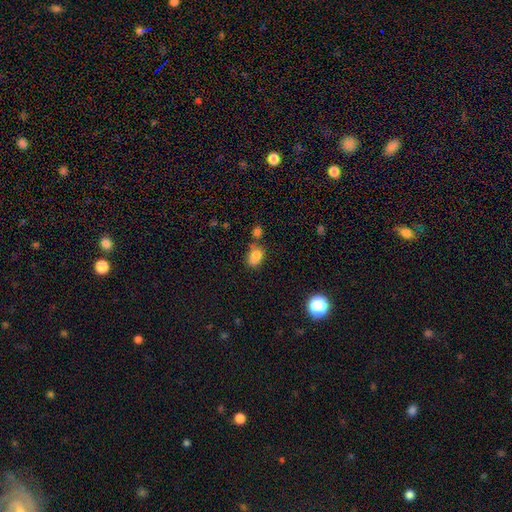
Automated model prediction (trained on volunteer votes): smooth-or-featured: smooth: 80% | star or artifact: 12% | featured or disk: 8%
  how-rounded: in between: 75% | round: 24% | cigar-shaped: 2%
  merging: none: 53% | merger: 22% | minor disturbance: 19% | major disturbance: 6%